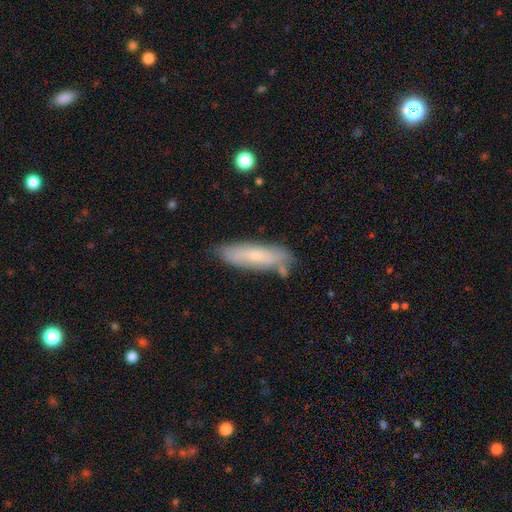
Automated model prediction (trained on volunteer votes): Morphology: type=smooth (60%); roundness=cigar-shaped (57%); merging=none (69%).